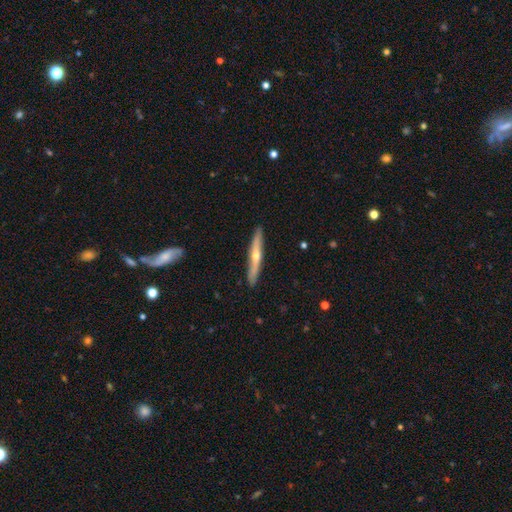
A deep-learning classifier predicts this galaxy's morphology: Smooth or featured? featured or disk (66%)
Edge-on disk? yes (95%)
Edge-on bulge? rounded (86%)
Merging? none (91%)